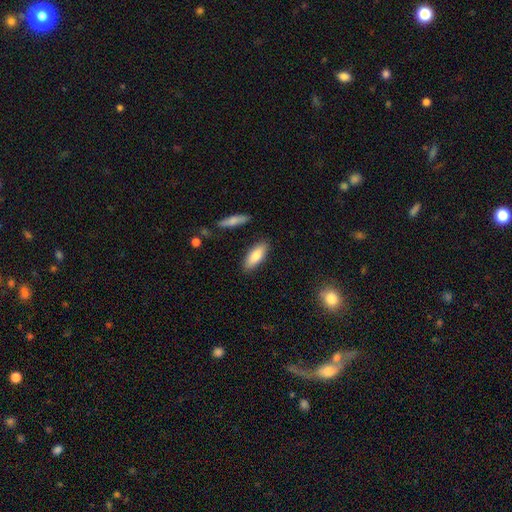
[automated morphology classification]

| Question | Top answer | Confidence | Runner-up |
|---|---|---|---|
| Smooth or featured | smooth | 80% | featured or disk (13%) |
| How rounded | in between | 71% | cigar-shaped (27%) |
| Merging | none | 86% | minor disturbance (10%) |